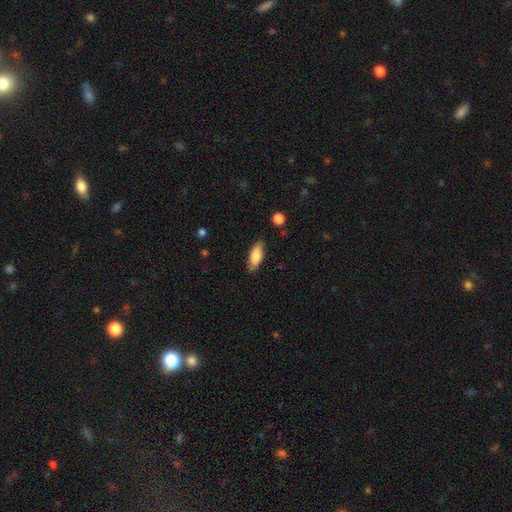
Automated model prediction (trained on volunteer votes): smooth 78%, featured or disk 16%, star or artifact 6%. Down the decision tree: how rounded — in between (69%); merging — none (84%).